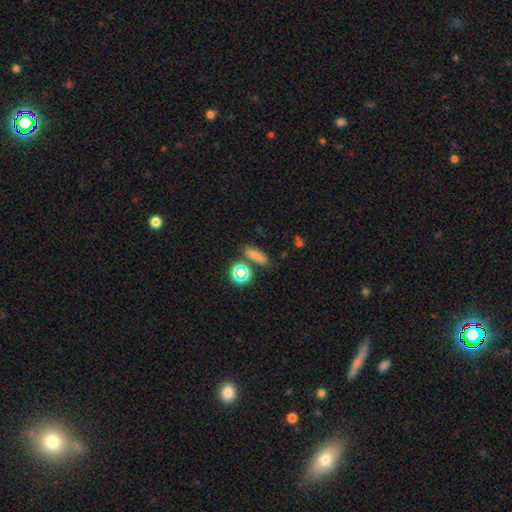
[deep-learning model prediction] Smooth or featured?
  - smooth: 64% *
  - star or artifact: 23%
  - featured or disk: 13%
How rounded?
  - in between: 50% *
  - cigar-shaped: 37%
  - round: 13%
Merging?
  - none: 69% *
  - minor disturbance: 15%
  - merger: 11%
  - major disturbance: 5%